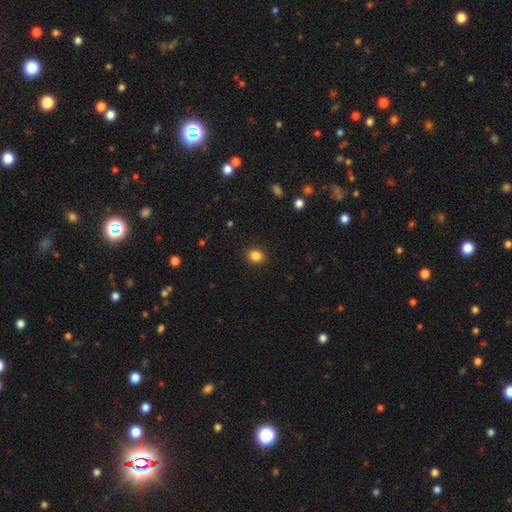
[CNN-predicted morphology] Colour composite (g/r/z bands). It shows a smooth galaxy with no disk features (85%) that is round (62%). Merging: none (90%).